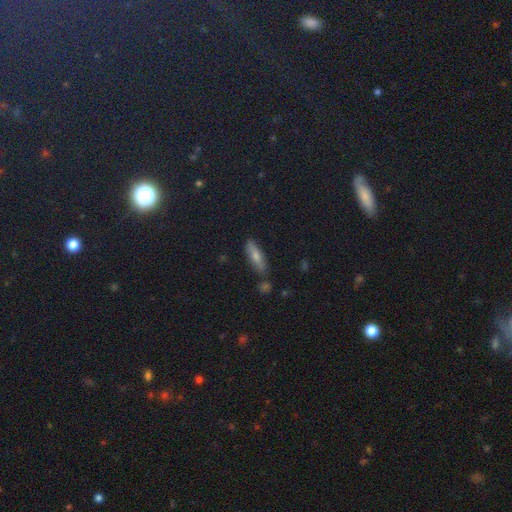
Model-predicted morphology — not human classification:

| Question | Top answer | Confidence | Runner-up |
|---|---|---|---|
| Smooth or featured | smooth | 45% | star or artifact (32%) |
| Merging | none | 78% | minor disturbance (13%) |